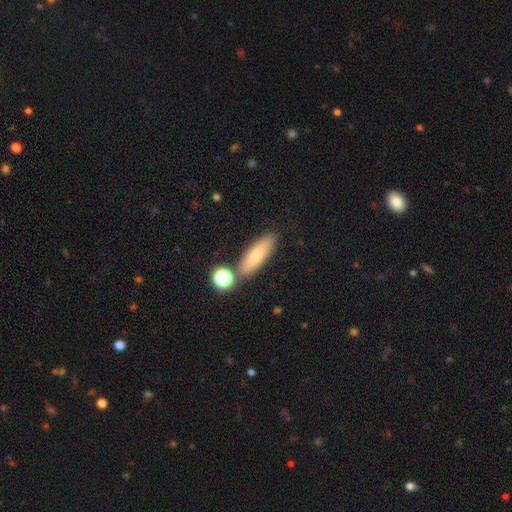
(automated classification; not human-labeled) Morphology: type=smooth (74%); roundness=cigar-shaped (51%); merging=none (78%).